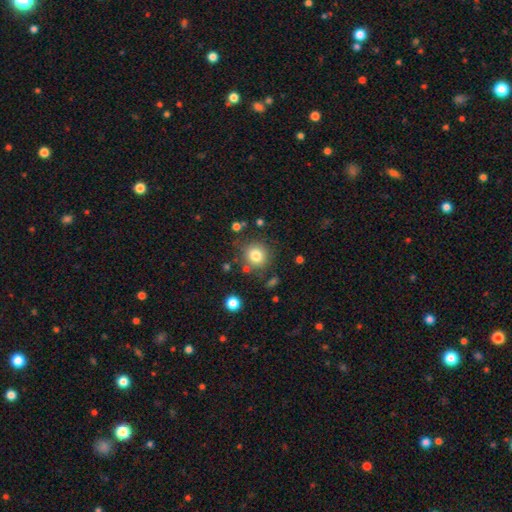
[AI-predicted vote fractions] Smooth or featured: smooth — 80% (star or artifact — 12%)
How rounded: round — 91% (in between — 8%)
Merging: none — 81% (minor disturbance — 10%)